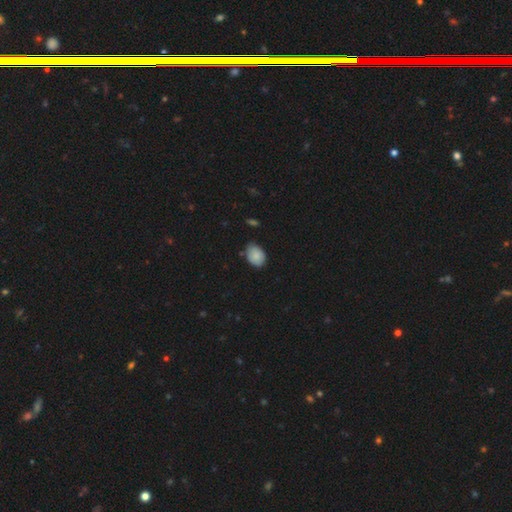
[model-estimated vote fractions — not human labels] A smooth galaxy with no disk features (84%) that is in between round and cigar-shaped (72%).

Vote fractions:
- Smooth or featured? smooth: 84% / featured or disk: 8% / star or artifact: 8%
- How rounded? in between: 72% / round: 27% / cigar-shaped: 1%
- Merging? none: 68% / minor disturbance: 26% / major disturbance: 4% / merger: 2%